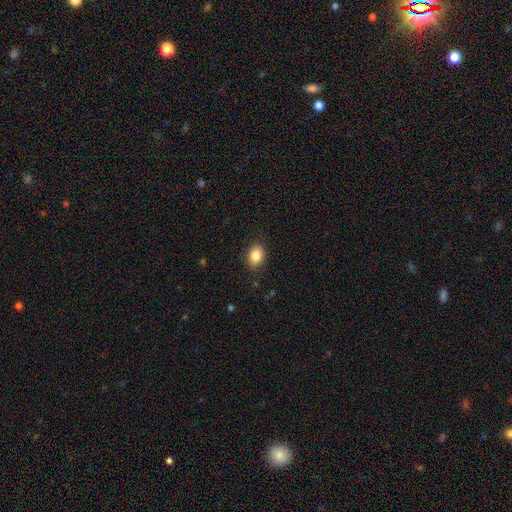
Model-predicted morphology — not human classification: The model was most divided on "how rounded": in between: 69%, round: 30%, cigar-shaped: 1%. More confident: merging — none (88%); smooth or featured — smooth (85%).